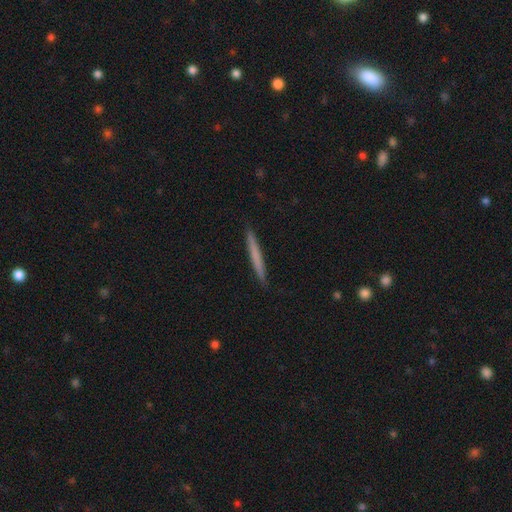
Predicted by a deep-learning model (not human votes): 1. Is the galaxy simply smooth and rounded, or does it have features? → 65% smooth, 29% featured or disk, 6% star or artifact.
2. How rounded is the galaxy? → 97% cigar-shaped, 2% in between, 1% round.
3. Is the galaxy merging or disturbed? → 92% none, 6% minor disturbance, 1% major disturbance, 1% merger.